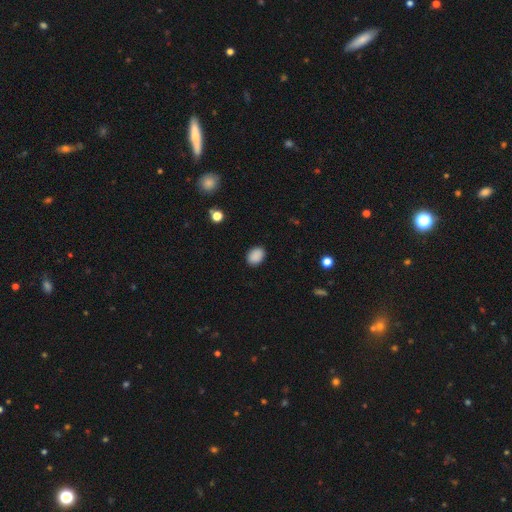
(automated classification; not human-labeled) Smooth or featured: smooth — 88% (star or artifact — 9%)
How rounded: in between — 69% (round — 30%)
Merging: none — 88% (minor disturbance — 8%)